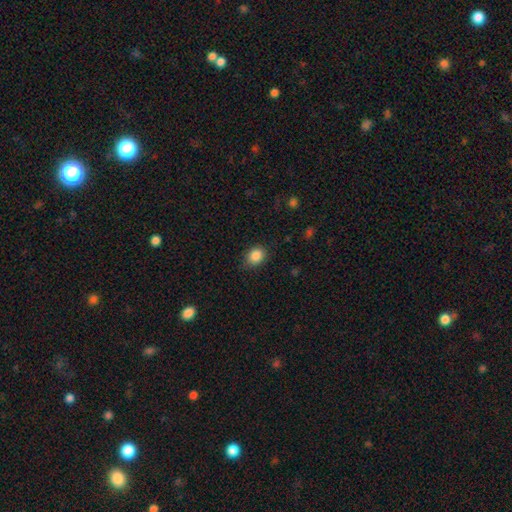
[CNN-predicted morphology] A smooth galaxy with no disk features (87%) that is in between round and cigar-shaped (51%). Merging: none (80%).